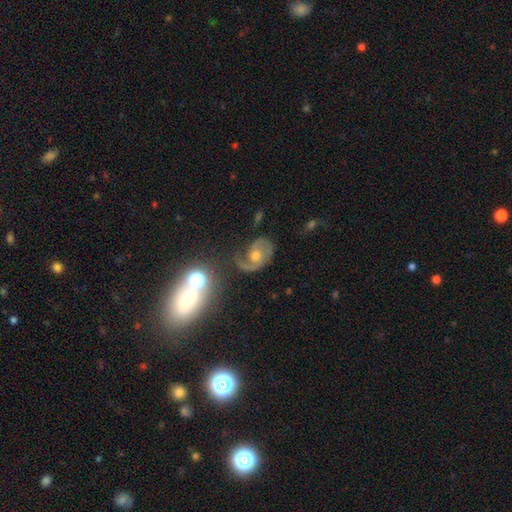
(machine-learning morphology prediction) featured or disk 75%, smooth 15%, star or artifact 10%. Down the decision tree: edge-on disk — no (97%); bar — no (68%); spiral arms — yes (89%); spiral arm count — 2 (56%); spiral winding — medium (45%); bulge size — moderate (69%); merging — none (48%).